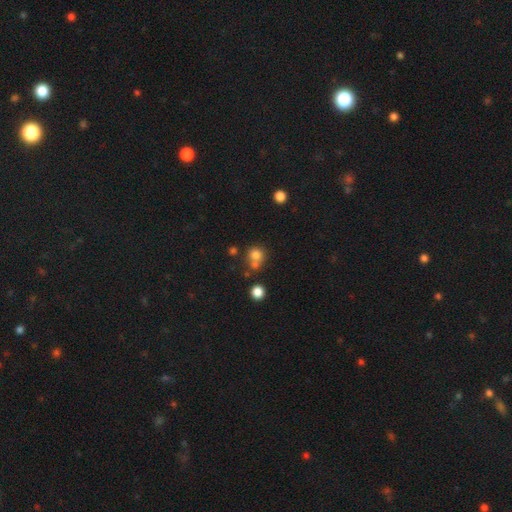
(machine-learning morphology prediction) Smooth or featured? Predicted: smooth (p=0.77). How rounded? Predicted: round (p=0.85). Merging? Predicted: none (p=0.51).